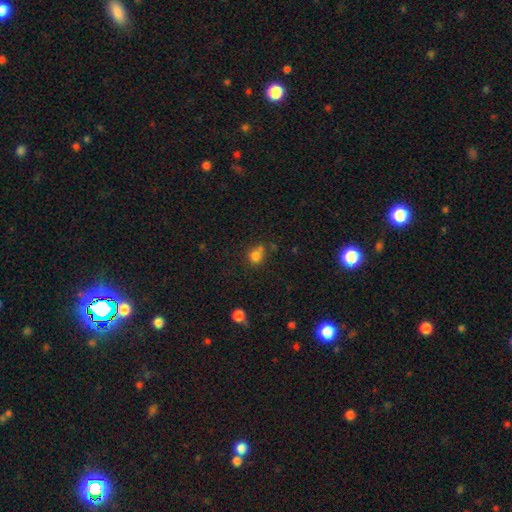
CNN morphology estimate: type=smooth (78%); roundness=round (79%); merging=none (56%).